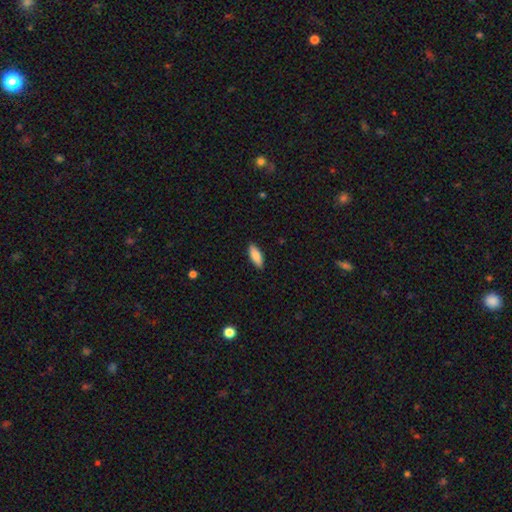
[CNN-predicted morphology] Overall: smooth (85%). How rounded: in between (71%). Merging: none (88%).